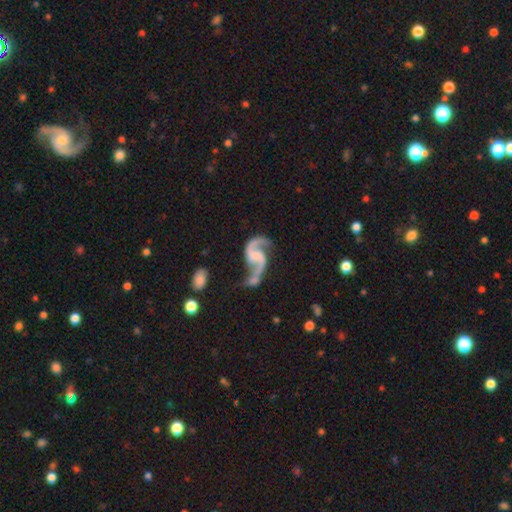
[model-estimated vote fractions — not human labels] Smooth or featured?
  - featured or disk: 91% *
  - smooth: 5%
  - star or artifact: 4%
Edge-on disk?
  - no: 98% *
  - yes: 2%
Bar?
  - no: 45% *
  - weak: 41%
  - strong: 14%
Spiral arms?
  - yes: 97% *
  - no: 3%
Spiral winding?
  - loose: 66% *
  - medium: 29%
  - tight: 5%
Spiral arm count?
  - 2: 93% *
  - 1: 3%
  - can't tell: 1%
  - 3: 1%
  - 4: 1%
  - more than 4: 1%
Bulge size?
  - none: 54% *
  - small: 26%
  - moderate: 14%
  - large: 4%
  - dominant: 1%
Merging?
  - none: 45% *
  - merger: 23%
  - minor disturbance: 18%
  - major disturbance: 15%